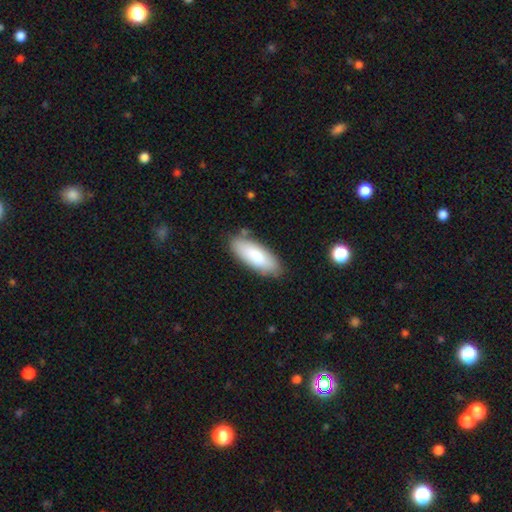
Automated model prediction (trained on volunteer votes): A smooth galaxy with no disk features (80%) that is in between round and cigar-shaped (73%). Merging: none (78%).